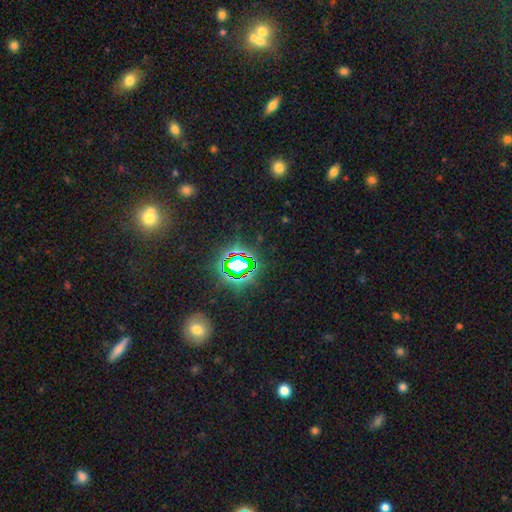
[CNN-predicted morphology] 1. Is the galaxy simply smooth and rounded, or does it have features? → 74% star or artifact, 18% smooth, 8% featured or disk.